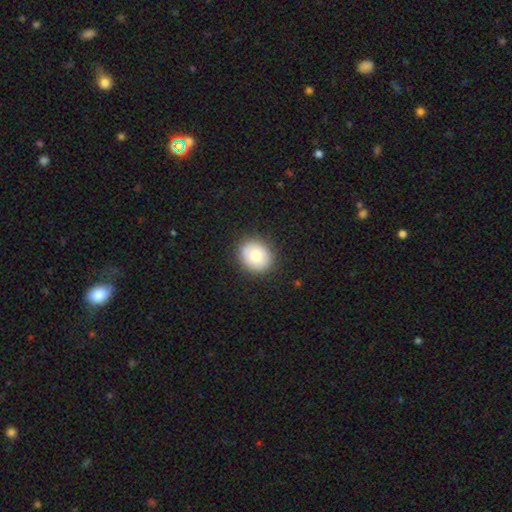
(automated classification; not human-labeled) Morphology: type=smooth (73%); roundness=round (72%); merging=none (88%).